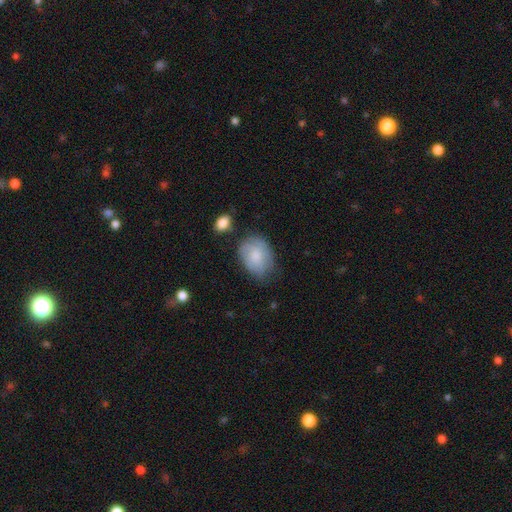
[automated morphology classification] A smooth galaxy with no disk features (73%) that is in between round and cigar-shaped (75%).

Vote fractions:
- Smooth or featured? smooth: 73% / featured or disk: 20% / star or artifact: 7%
- How rounded? in between: 75% / round: 24% / cigar-shaped: 1%
- Merging? none: 61% / minor disturbance: 28% / major disturbance: 8% / merger: 3%